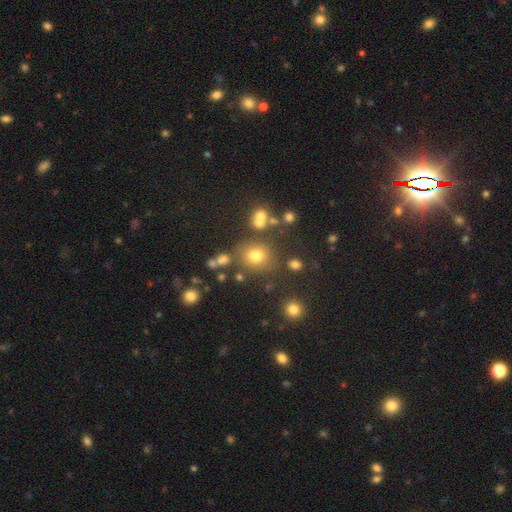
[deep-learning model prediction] Q: Smooth or featured?
A: smooth (73%); runner-up: star or artifact (17%)
Q: How rounded?
A: round (77%); runner-up: in between (22%)
Q: Merging?
A: none (73%); runner-up: minor disturbance (12%)